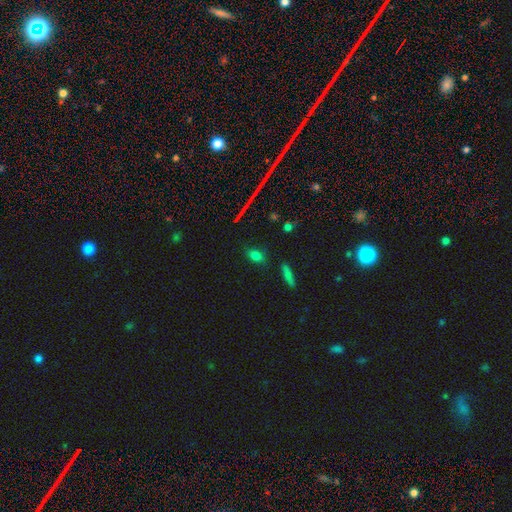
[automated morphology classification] Smooth or featured? Predicted: smooth (p=0.78). How rounded? Predicted: in between (p=0.80). Merging? Predicted: none (p=0.80).